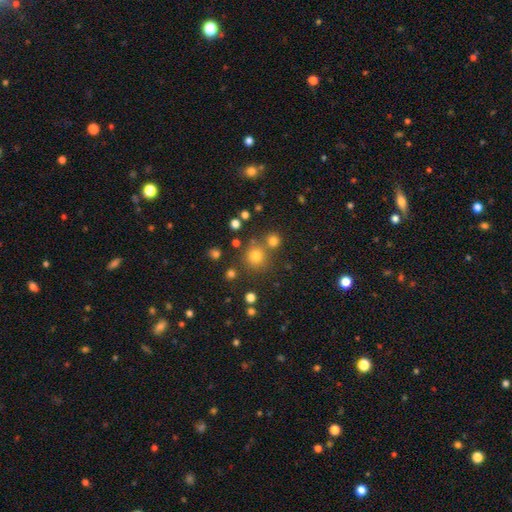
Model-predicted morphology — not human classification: Smooth or featured: smooth — 73% (star or artifact — 20%)
How rounded: round — 92% (in between — 7%)
Merging: none — 74% (merger — 16%)